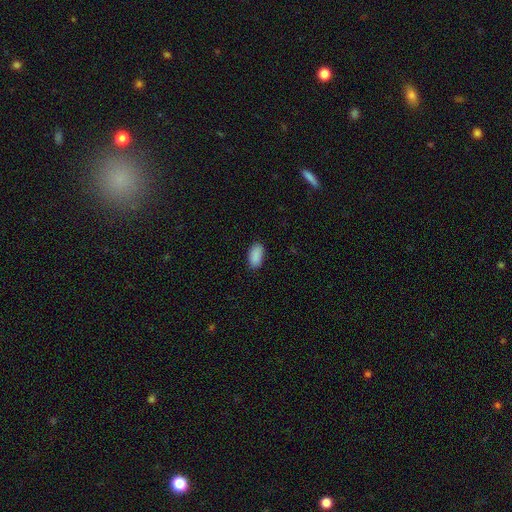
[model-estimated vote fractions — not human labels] Morphology: type=smooth (90%); roundness=in between (94%); merging=none (87%).